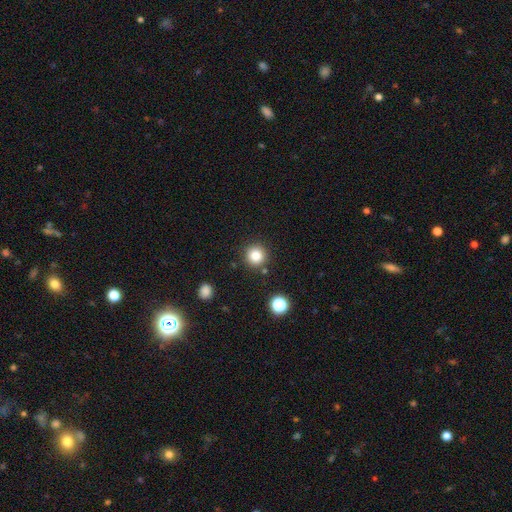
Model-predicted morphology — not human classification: type=smooth (83%); roundness=round (95%); merging=none (88%).